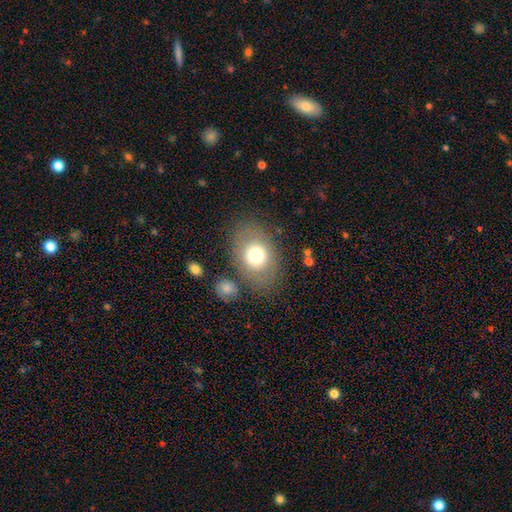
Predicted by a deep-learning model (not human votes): Overall: smooth (72%). How rounded: in between (68%; round 31%). Merging: none (76%).